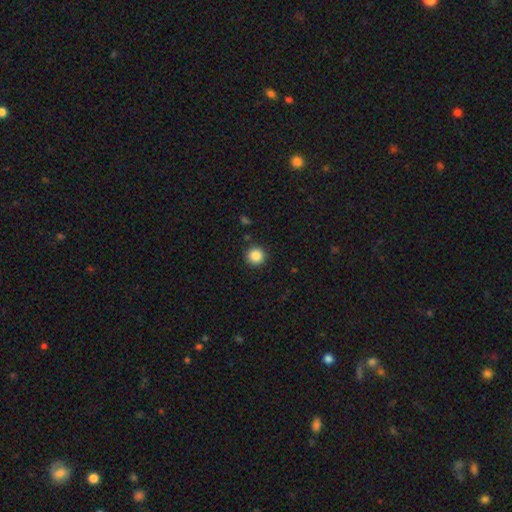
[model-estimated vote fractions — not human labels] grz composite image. It shows a smooth galaxy with no disk features (87%) that is round (95%). Merging: none (92%).